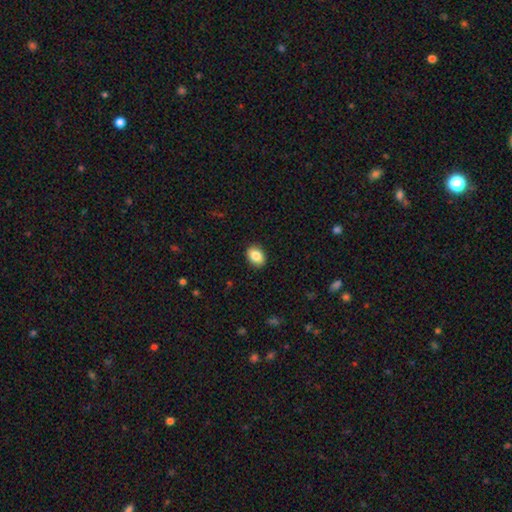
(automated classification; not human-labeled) smooth 85%, star or artifact 8%, featured or disk 7%. Down the decision tree: how rounded — in between (75%); merging — none (90%).